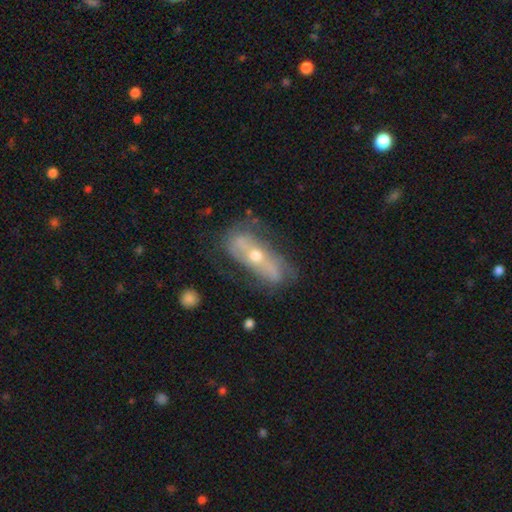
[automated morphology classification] Q: Smooth or featured?
A: featured or disk (68%); runner-up: smooth (24%)
Q: Edge-on disk?
A: no (76%); runner-up: yes (24%)
Q: Bar?
A: no (51%); runner-up: weak (24%)
Q: Spiral arms?
A: yes (62%); runner-up: no (38%)
Q: Bulge size?
A: moderate (61%); runner-up: small (33%)
Q: Merging?
A: none (54%); runner-up: minor disturbance (26%)